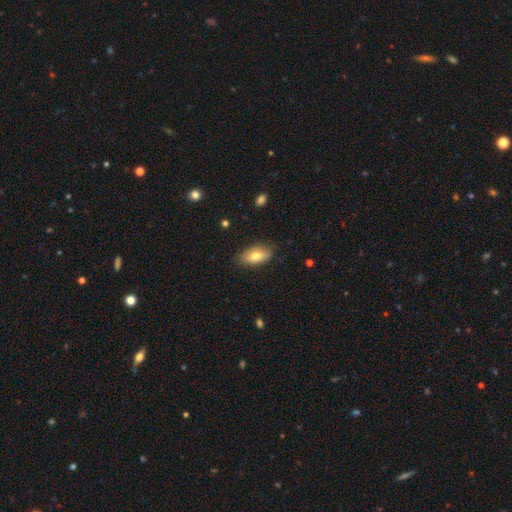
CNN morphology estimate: Smooth or featured? smooth (75%)
How rounded? in between (88%)
Merging? none (83%)